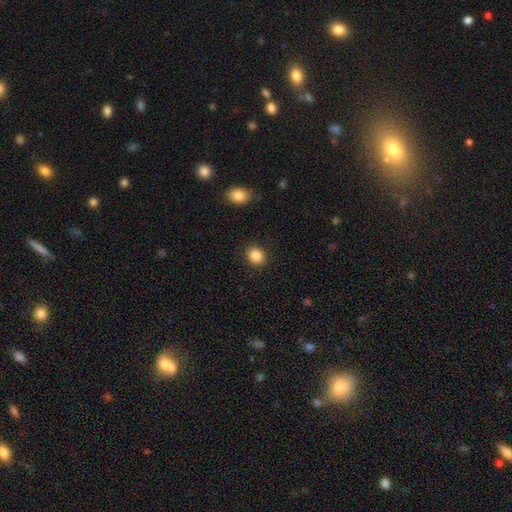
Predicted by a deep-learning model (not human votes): smooth 86%, star or artifact 9%, featured or disk 4%. Down the decision tree: how rounded — round (62%); merging — none (90%).